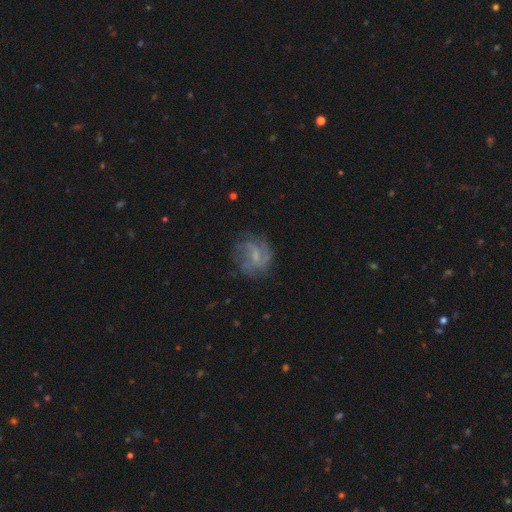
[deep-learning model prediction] Smooth or featured? featured or disk (68%)
Edge-on disk? no (97%)
Bar? weak (56%)
Spiral arms? yes (83%)
Spiral winding? medium (44%)
Spiral arm count? can't tell (34%)
Bulge size? small (45%)
Merging? none (67%)